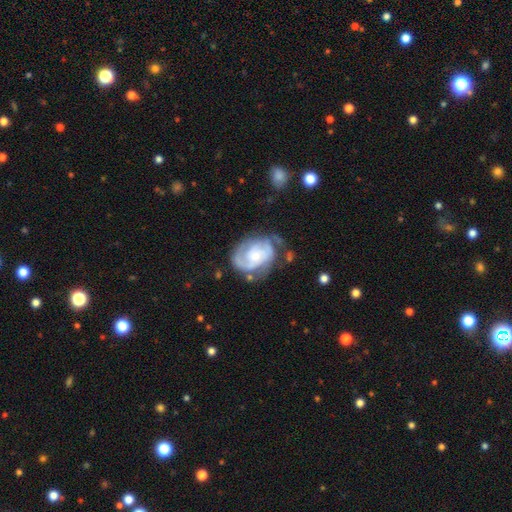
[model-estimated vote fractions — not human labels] Smooth or featured: featured or disk — 82% (smooth — 13%)
Edge-on disk: no — 98% (yes — 2%)
Bar: no — 67% (weak — 27%)
Spiral arms: yes — 93% (no — 7%)
Spiral winding: tight — 54% (medium — 35%)
Spiral arm count: 2 — 50% (can't tell — 20%)
Bulge size: small — 57% (moderate — 35%)
Merging: none — 56% (minor disturbance — 25%)